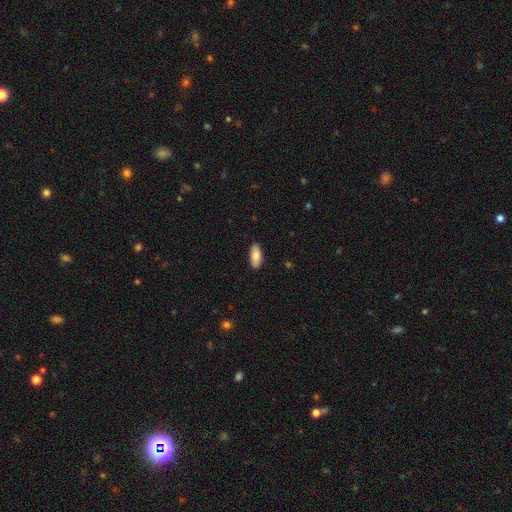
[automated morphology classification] type=smooth (85%); roundness=in between (84%); merging=none (89%).